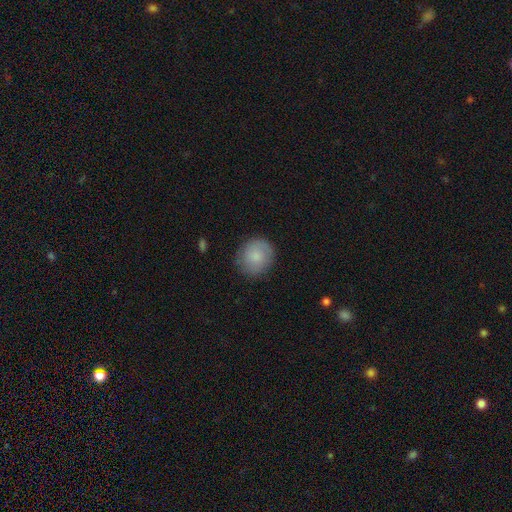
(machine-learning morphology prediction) Smooth or featured? Predicted: smooth (p=0.73). How rounded? Predicted: round (p=0.86). Merging? Predicted: none (p=0.81).